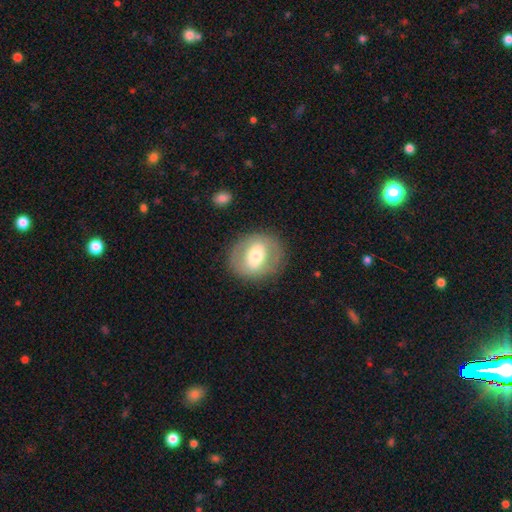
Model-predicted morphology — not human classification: A smooth galaxy with no disk features (50%) that is round (64%).

Vote fractions:
- Smooth or featured? smooth: 50% / featured or disk: 42% / star or artifact: 7%
- How rounded? round: 64% / in between: 35% / cigar-shaped: 1%
- Merging? none: 83% / minor disturbance: 10% / major disturbance: 6% / merger: 1%